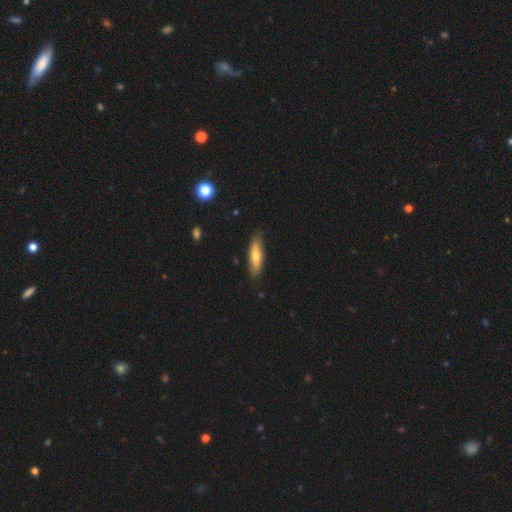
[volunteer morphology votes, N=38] smooth 61%, featured or disk 34%, star or artifact 5%. Down the decision tree: how rounded — cigar-shaped (87%); merging — none (83%).